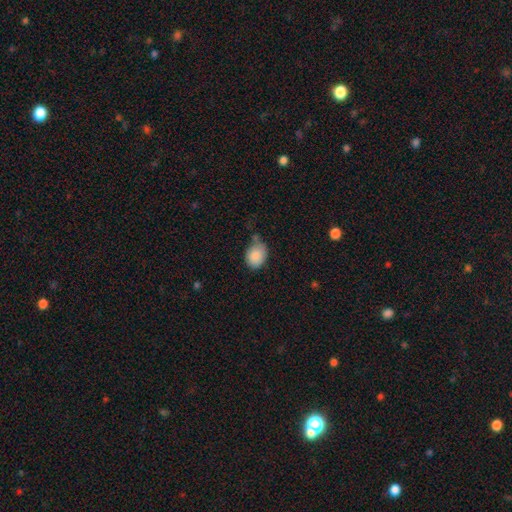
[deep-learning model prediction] A smooth galaxy with no disk features (87%) that is in between round and cigar-shaped (61%). Merging: none (57%).